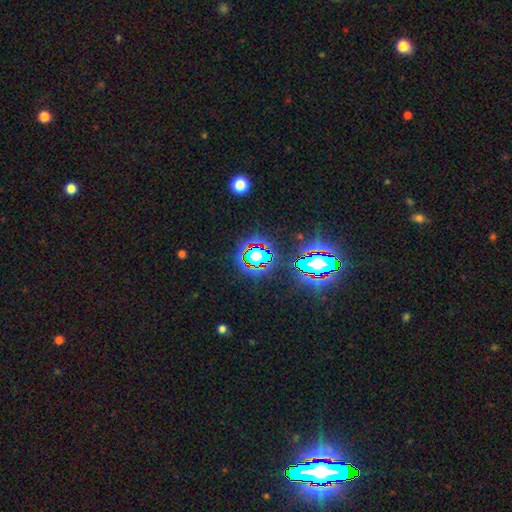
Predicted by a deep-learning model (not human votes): Q: Smooth or featured?
A: star or artifact (62%); runner-up: smooth (22%)